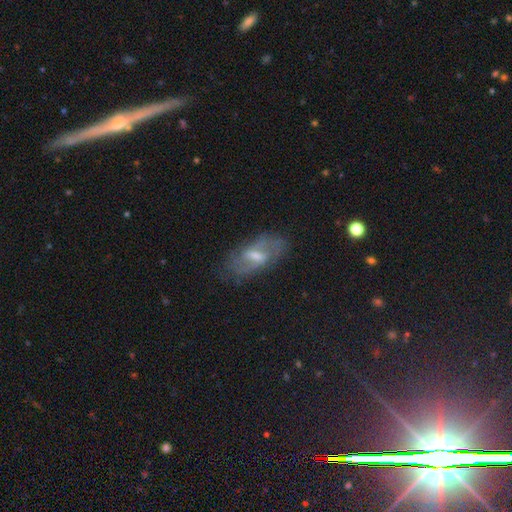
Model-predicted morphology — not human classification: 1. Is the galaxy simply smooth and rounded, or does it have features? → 68% featured or disk, 22% smooth, 10% star or artifact.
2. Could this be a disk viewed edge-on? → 89% no, 11% yes.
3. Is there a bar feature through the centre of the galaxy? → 56% weak, 26% strong, 17% no.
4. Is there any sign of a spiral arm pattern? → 76% yes, 24% no.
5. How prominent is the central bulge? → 48% moderate, 40% small, 7% none, 4% large, 1% dominant.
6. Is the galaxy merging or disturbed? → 72% none, 19% minor disturbance, 8% major disturbance, 2% merger.